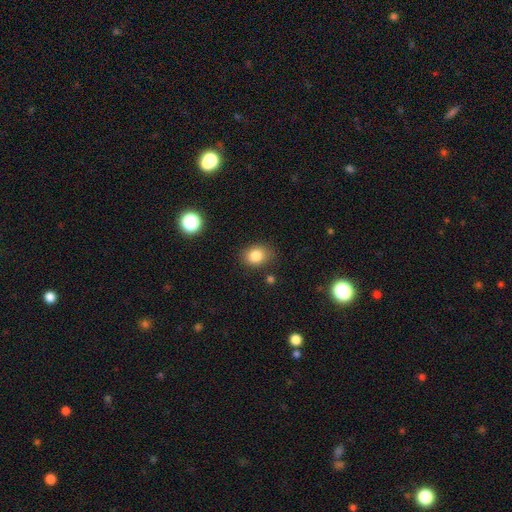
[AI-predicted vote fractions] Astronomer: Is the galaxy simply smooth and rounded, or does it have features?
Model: smooth — 83%.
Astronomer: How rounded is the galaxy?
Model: round — 52% (runner-up: in between, 47%).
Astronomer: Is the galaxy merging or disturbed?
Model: none — 80%.